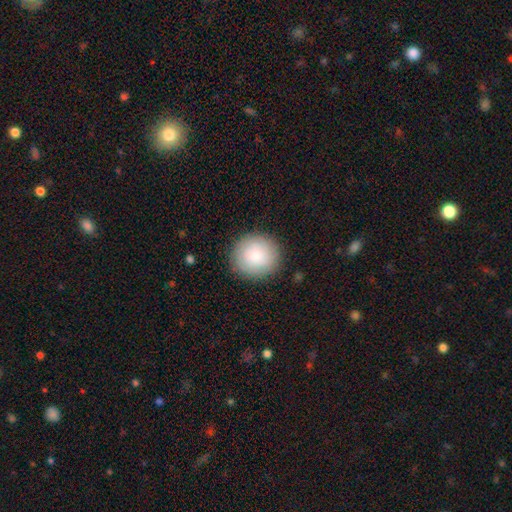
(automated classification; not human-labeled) Smooth or featured: smooth — 83% (featured or disk — 10%)
How rounded: round — 88% (in between — 11%)
Merging: none — 88% (minor disturbance — 8%)